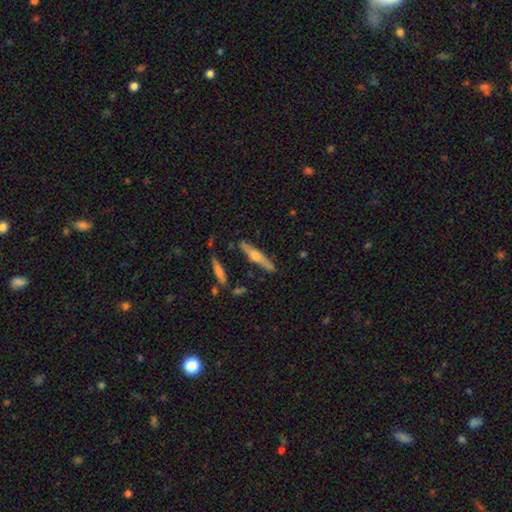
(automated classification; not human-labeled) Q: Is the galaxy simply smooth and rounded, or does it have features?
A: featured or disk — 60%.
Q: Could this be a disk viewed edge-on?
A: yes — 95%.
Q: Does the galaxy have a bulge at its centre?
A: rounded — 89%.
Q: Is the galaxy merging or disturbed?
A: none — 83%.